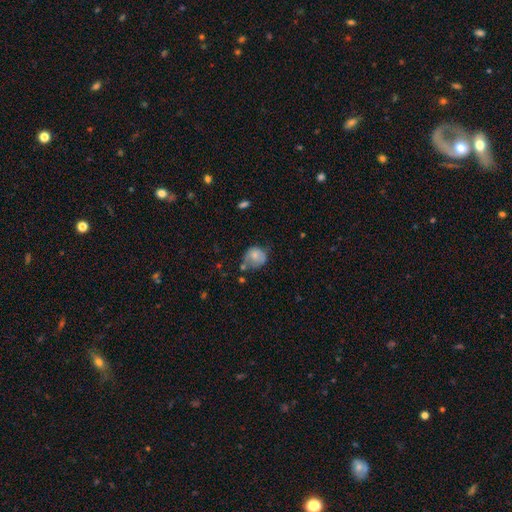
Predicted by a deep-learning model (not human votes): A smooth galaxy with no disk features (68%) that is round (71%).

Vote fractions:
- Smooth or featured? smooth: 68% / featured or disk: 23% / star or artifact: 9%
- How rounded? round: 71% / in between: 28% / cigar-shaped: 1%
- Merging? none: 42% / minor disturbance: 34% / major disturbance: 15% / merger: 9%